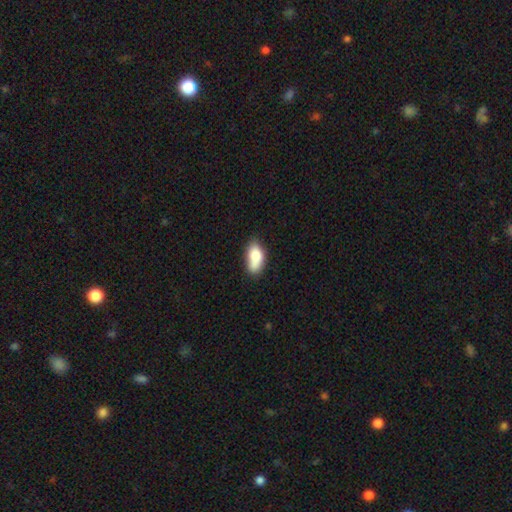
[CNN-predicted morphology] Smooth or featured? Predicted: smooth (p=0.79). How rounded? Predicted: in between (p=0.90). Merging? Predicted: none (p=0.51).